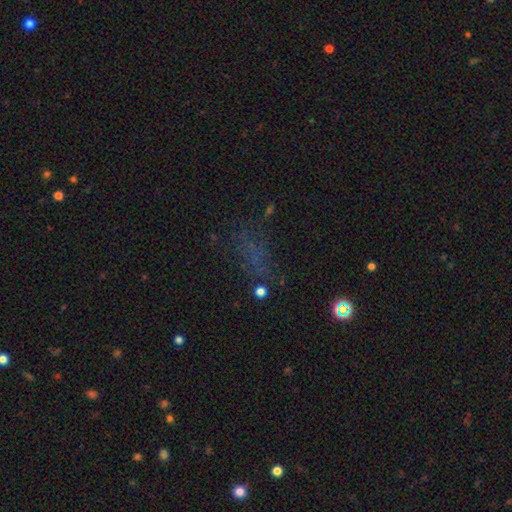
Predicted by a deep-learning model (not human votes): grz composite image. It shows a smooth galaxy with no disk features (40%, tied with star or artifact). Merging: none (56%).